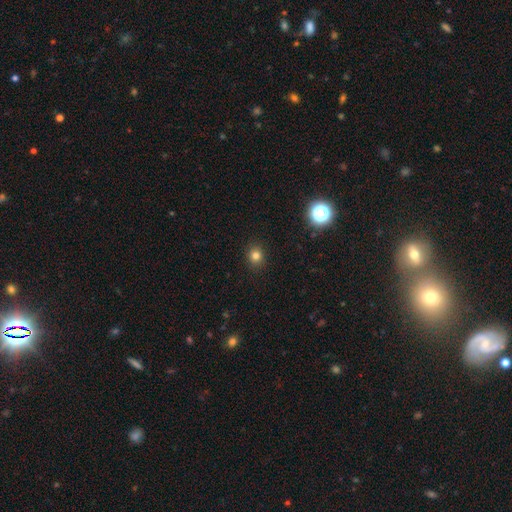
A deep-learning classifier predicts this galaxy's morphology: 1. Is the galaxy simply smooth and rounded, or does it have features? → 79% smooth, 16% star or artifact, 5% featured or disk.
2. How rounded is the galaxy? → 81% round, 18% in between, 1% cigar-shaped.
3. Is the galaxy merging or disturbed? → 91% none, 6% minor disturbance, 2% major disturbance, 1% merger.